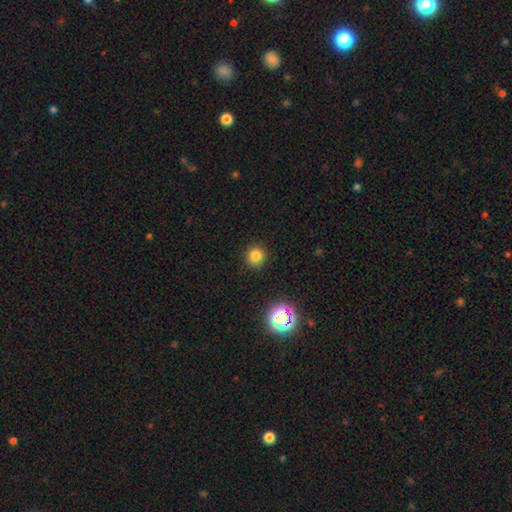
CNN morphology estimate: Overall: smooth (79%). How rounded: round (92%). Merging: none (90%).